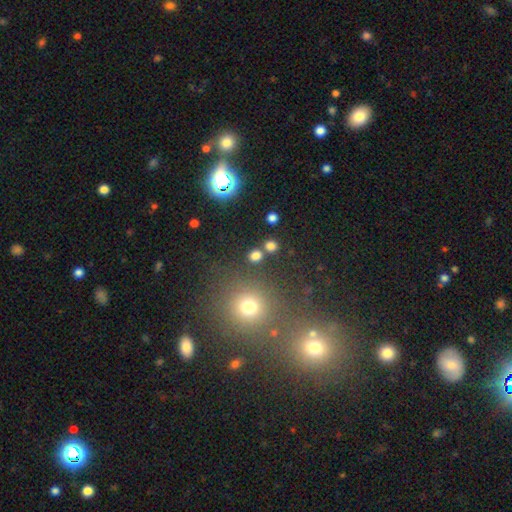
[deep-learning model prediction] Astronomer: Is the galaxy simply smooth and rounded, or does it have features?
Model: smooth — 75%.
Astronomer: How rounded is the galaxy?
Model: round — 83%.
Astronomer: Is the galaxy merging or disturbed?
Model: none — 80%.